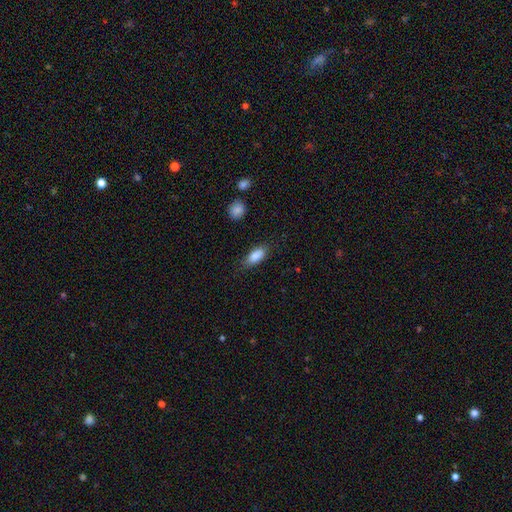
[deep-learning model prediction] Morphology: type=smooth (86%); roundness=in between (80%); merging=none (77%).